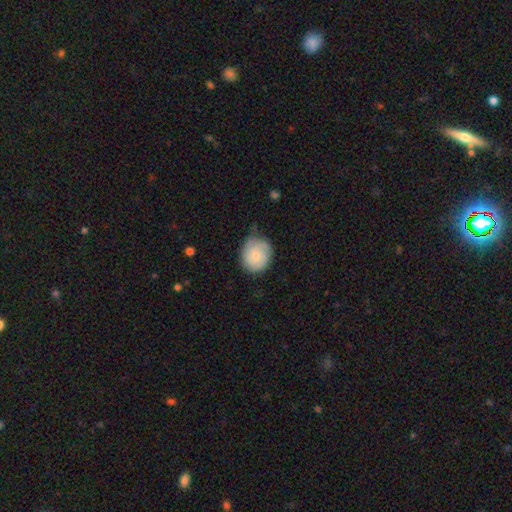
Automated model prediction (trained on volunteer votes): smooth 68%, featured or disk 26%, star or artifact 6%. Down the decision tree: how rounded — round (77%); merging — none (62%).